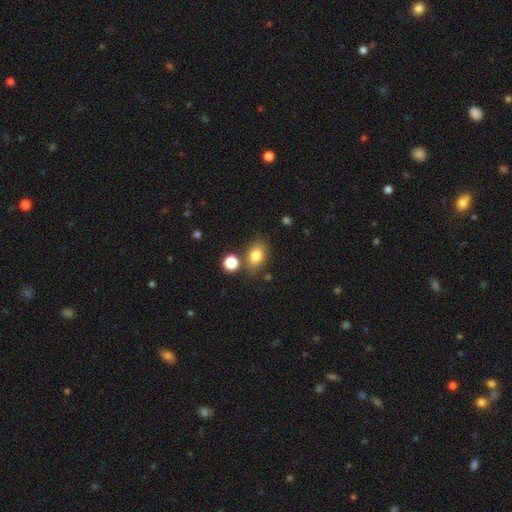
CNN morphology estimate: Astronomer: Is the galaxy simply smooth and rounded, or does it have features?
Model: smooth — 81%.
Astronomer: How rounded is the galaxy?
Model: in between — 78%.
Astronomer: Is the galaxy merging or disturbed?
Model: none — 72%.